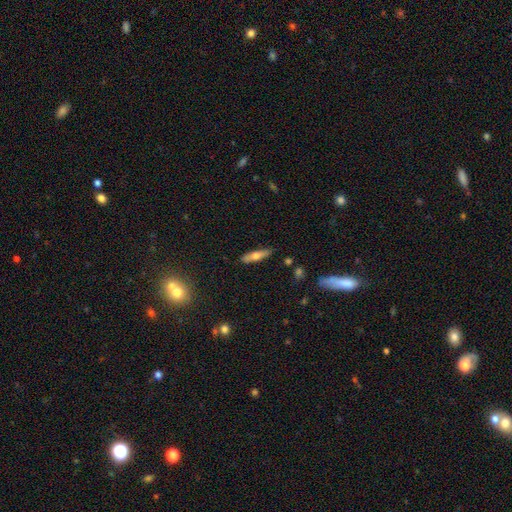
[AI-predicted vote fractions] A smooth galaxy with no disk features (57%) that is cigar-shaped (77%). Merging: none (85%).